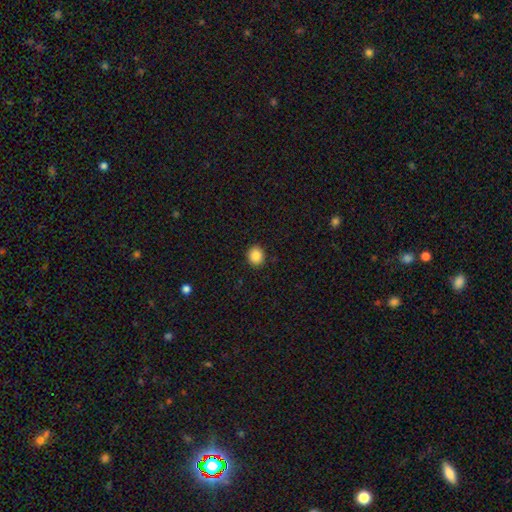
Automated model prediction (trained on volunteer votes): smooth_or_featured: smooth (p=0.87) [alt: star or artifact p=0.09]
how_rounded: round (p=0.83) [alt: in between p=0.16]
merging: none (p=0.91) [alt: minor disturbance p=0.06]